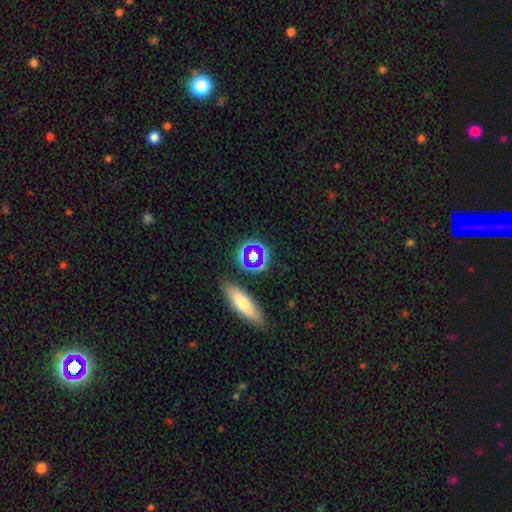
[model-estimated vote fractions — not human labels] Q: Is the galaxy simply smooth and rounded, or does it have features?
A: smooth — 42%.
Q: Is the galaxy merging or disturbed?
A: none — 81%.